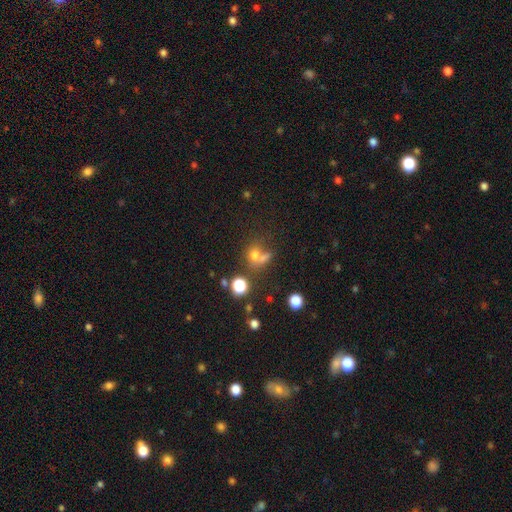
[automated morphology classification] smooth-or-featured: smooth: 63% | star or artifact: 22% | featured or disk: 15%
  how-rounded: round: 67% | in between: 31% | cigar-shaped: 2%
  merging: merger: 43% | none: 37% | minor disturbance: 10% | major disturbance: 9%